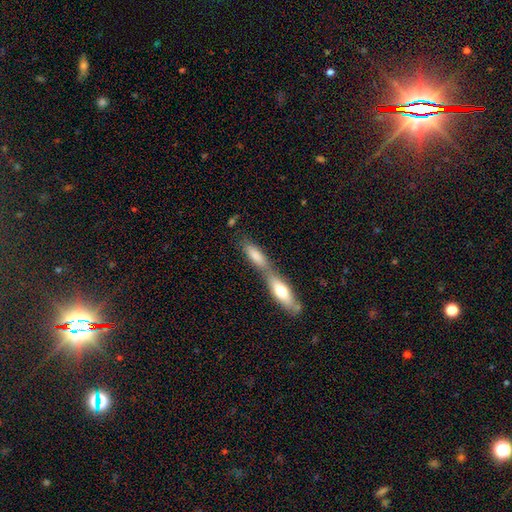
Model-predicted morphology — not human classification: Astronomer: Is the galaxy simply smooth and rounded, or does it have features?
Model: smooth — 74%.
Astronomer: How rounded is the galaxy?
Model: in between — 49% (runner-up: cigar-shaped, 48%).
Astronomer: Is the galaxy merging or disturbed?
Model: merger — 57%.